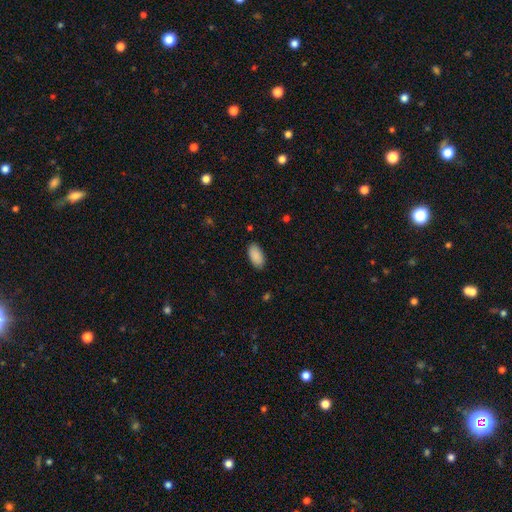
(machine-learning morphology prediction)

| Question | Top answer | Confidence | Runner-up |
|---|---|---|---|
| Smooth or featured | smooth | 90% | star or artifact (7%) |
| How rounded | in between | 95% | cigar-shaped (3%) |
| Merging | none | 87% | minor disturbance (10%) |